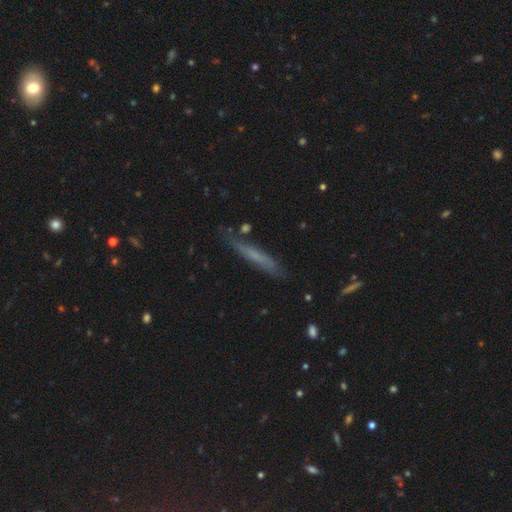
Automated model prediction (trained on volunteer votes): Smooth or featured? Predicted: smooth (p=0.51). How rounded? Predicted: cigar-shaped (p=0.92). Merging? Predicted: none (p=0.75).